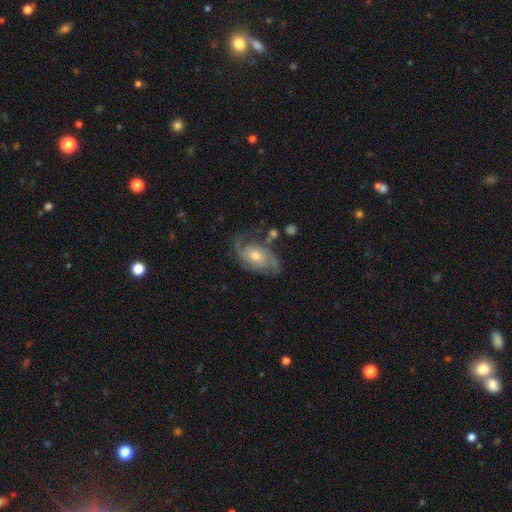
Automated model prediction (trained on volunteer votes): A featured or disk galaxy (79%) with no bar (70%), 2 (59%) medium (43%) spiral arms (92%) and a moderate central bulge (65%).

Vote fractions:
- Smooth or featured? featured or disk: 79% / smooth: 14% / star or artifact: 6%
- Edge-on disk? no: 96% / yes: 4%
- Bar? no: 70% / weak: 25% / strong: 5%
- Spiral arms? yes: 92% / no: 8%
- Spiral winding? medium: 43% / tight: 38% / loose: 19%
- Spiral arm count? 2: 59% / can't tell: 19% / 3: 11% / 1: 5% / 4: 3% / more than 4: 3%
- Bulge size? moderate: 65% / small: 27% / large: 5% / none: 2% / dominant: 1%
- Merging? none: 60% / minor disturbance: 22% / major disturbance: 14% / merger: 5%